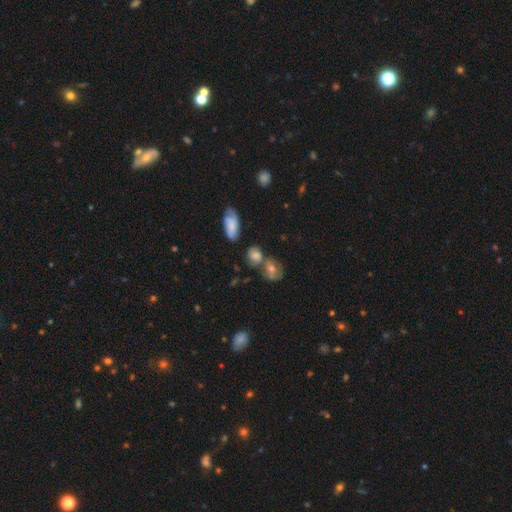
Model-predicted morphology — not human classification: Smooth or featured? Predicted: smooth (p=0.62). How rounded? Predicted: round (p=0.54). Merging? Predicted: none (p=0.49).